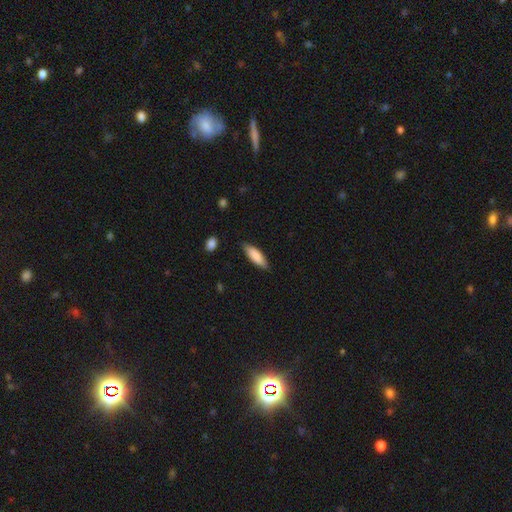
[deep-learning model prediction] smooth_or_featured: smooth (p=0.84) [alt: featured or disk p=0.10]
how_rounded: cigar-shaped (p=0.50) [alt: in between p=0.48]
merging: none (p=0.84) [alt: minor disturbance p=0.12]